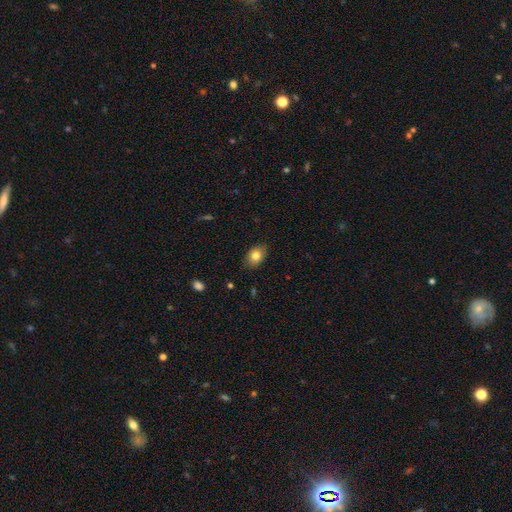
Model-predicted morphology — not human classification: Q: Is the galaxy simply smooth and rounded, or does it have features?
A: smooth — 81%.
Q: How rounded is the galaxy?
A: in between — 77%.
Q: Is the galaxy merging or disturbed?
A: none — 84%.